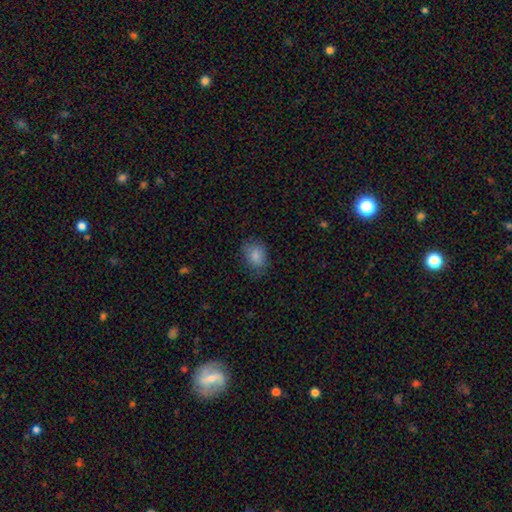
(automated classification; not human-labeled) Smooth or featured?
  - smooth: 84% *
  - star or artifact: 9%
  - featured or disk: 7%
How rounded?
  - in between: 60% *
  - round: 39%
  - cigar-shaped: 1%
Merging?
  - none: 70% *
  - minor disturbance: 22%
  - major disturbance: 7%
  - merger: 1%